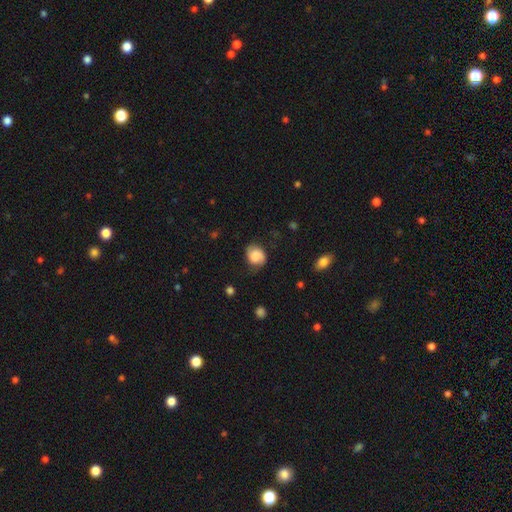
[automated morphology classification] Q: Smooth or featured?
A: smooth (58%); runner-up: featured or disk (32%)
Q: How rounded?
A: round (57%); runner-up: in between (42%)
Q: Merging?
A: none (62%); runner-up: minor disturbance (25%)